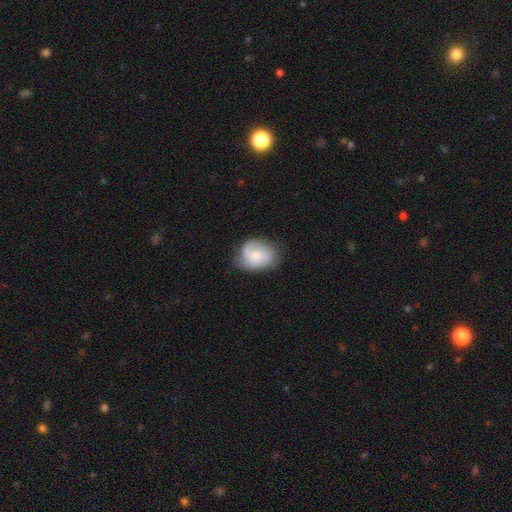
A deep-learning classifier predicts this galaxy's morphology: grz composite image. It shows a smooth galaxy with no disk features (50%) that is in between round and cigar-shaped (51%). Merging: none (58%).